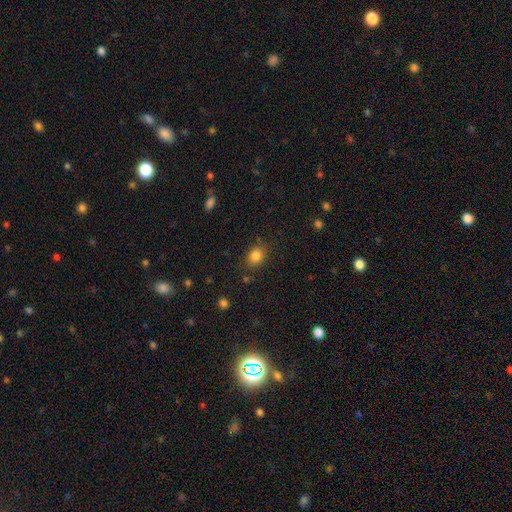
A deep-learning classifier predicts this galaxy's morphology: The model was most divided on "how rounded": round: 52%, in between: 47%, cigar-shaped: 1%. More confident: smooth or featured — smooth (83%); merging — none (81%).